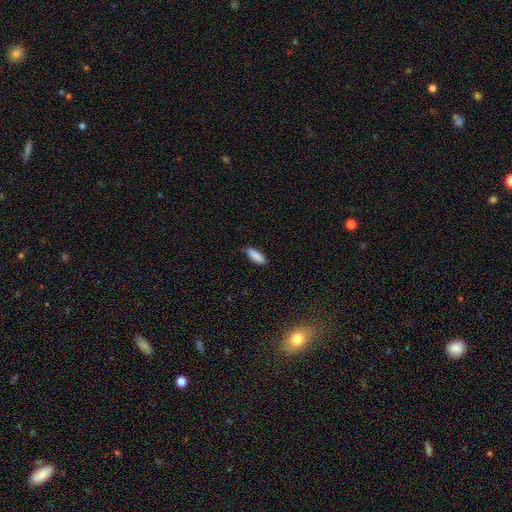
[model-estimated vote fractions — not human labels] Smooth or featured? Predicted: smooth (p=0.89). How rounded? Predicted: in between (p=0.60). Merging? Predicted: none (p=0.77).